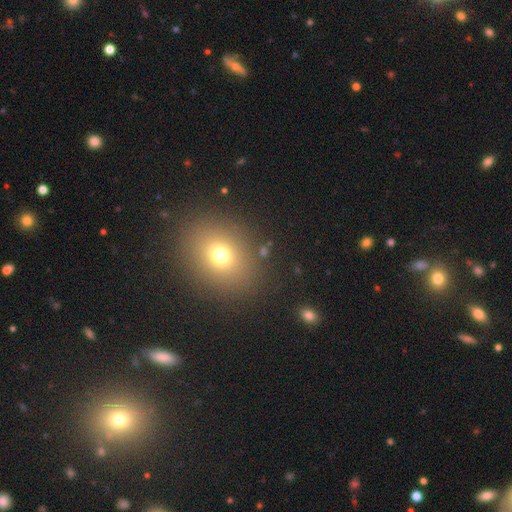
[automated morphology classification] type=smooth (64%); roundness=round (59%); merging=none (88%).